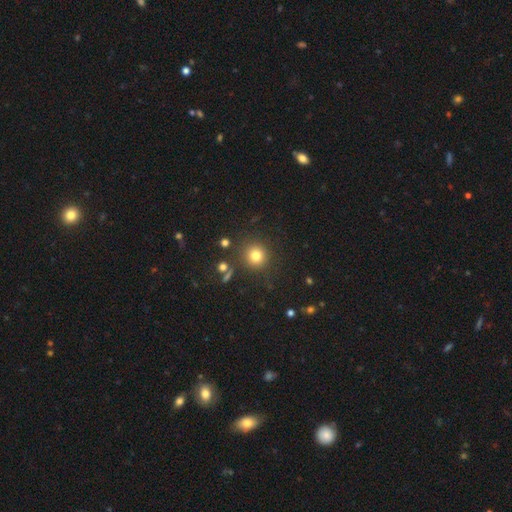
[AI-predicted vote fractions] Smooth or featured? smooth (78%)
How rounded? round (93%)
Merging? none (86%)